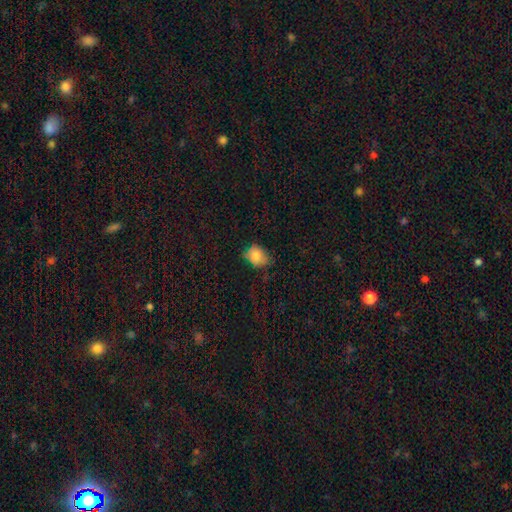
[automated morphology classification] type=smooth (81%); roundness=in between (55%); merging=none (60%).